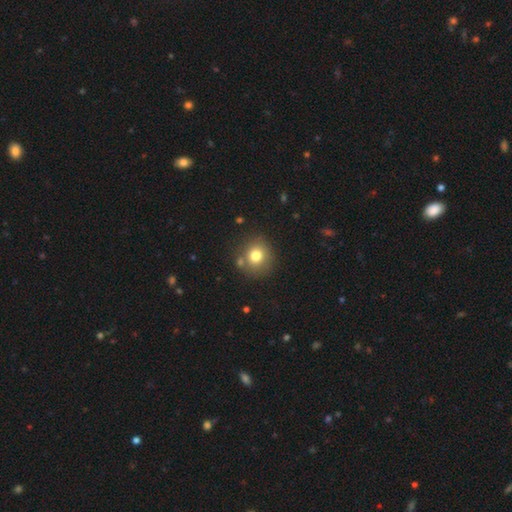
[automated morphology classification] Q: Smooth or featured?
A: smooth (77%); runner-up: star or artifact (13%)
Q: How rounded?
A: round (85%); runner-up: in between (14%)
Q: Merging?
A: none (79%); runner-up: minor disturbance (10%)